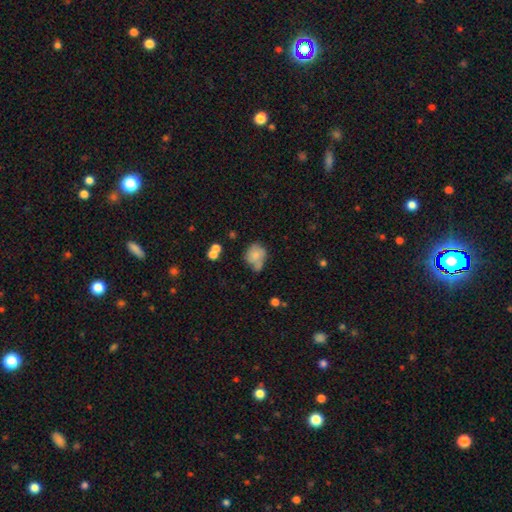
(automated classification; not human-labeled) Morphology: type=smooth (69%); roundness=round (60%); merging=none (38%).